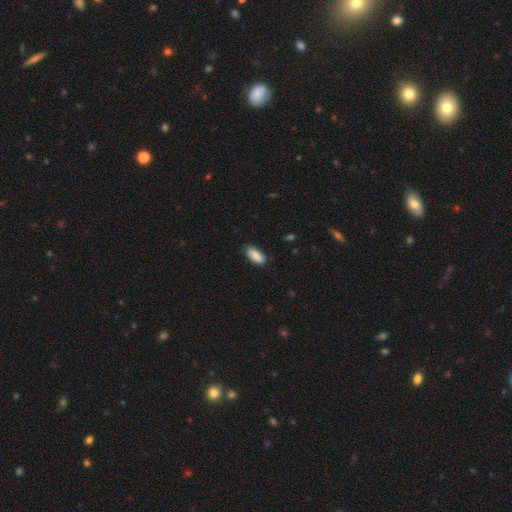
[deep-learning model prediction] smooth-or-featured: smooth: 85% | featured or disk: 8% | star or artifact: 7%
  how-rounded: in between: 91% | cigar-shaped: 7% | round: 2%
  merging: none: 77% | minor disturbance: 19% | major disturbance: 3% | merger: 1%